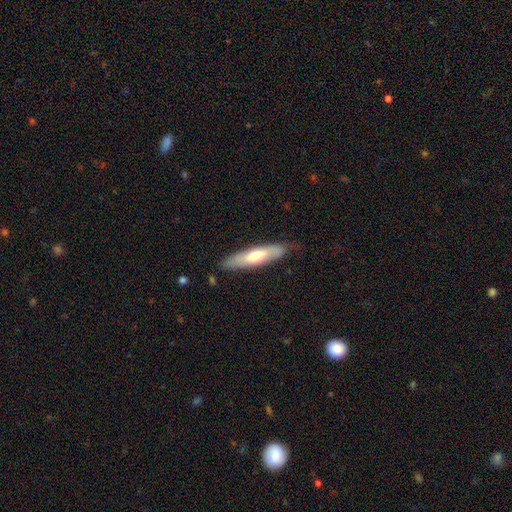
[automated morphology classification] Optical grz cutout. It shows a smooth galaxy with no disk features (54%) that is cigar-shaped (78%). Merging: none (77%).